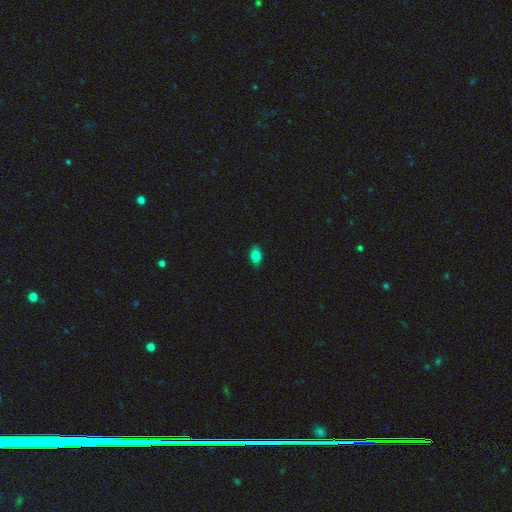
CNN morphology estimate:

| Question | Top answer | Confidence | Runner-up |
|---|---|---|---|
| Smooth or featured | smooth | 80% | featured or disk (10%) |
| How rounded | in between | 88% | round (8%) |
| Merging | none | 84% | minor disturbance (13%) |